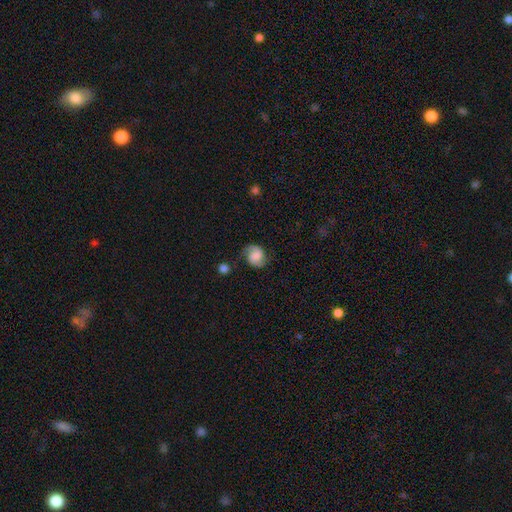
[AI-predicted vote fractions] Smooth or featured? featured or disk (72%)
Edge-on disk? no (98%)
Bar? no (45%)
Spiral arms? yes (96%)
Spiral winding? medium (51%)
Spiral arm count? 2 (91%)
Bulge size? none (36%)
Merging? none (79%)